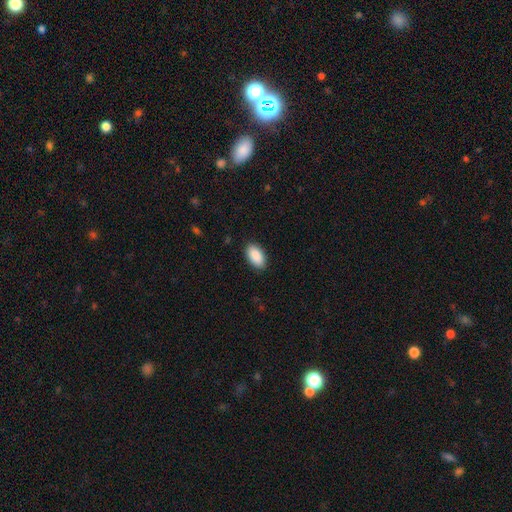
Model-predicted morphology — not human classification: smooth_or_featured: smooth (p=0.91) [alt: star or artifact p=0.06]
how_rounded: in between (p=0.95) [alt: round p=0.03]
merging: none (p=0.88) [alt: minor disturbance p=0.09]